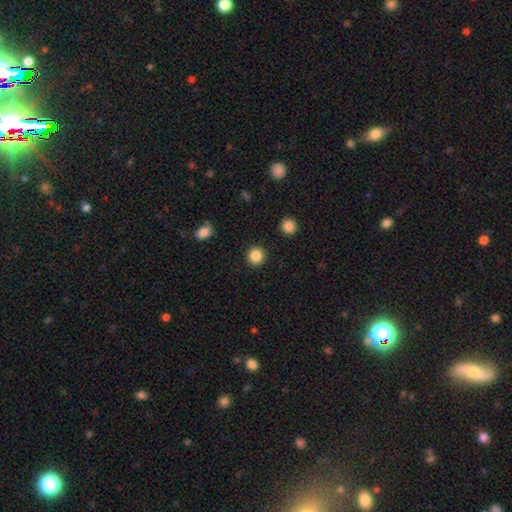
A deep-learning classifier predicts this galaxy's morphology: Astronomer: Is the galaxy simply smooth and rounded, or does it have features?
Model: smooth — 87%.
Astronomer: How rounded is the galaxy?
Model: round — 93%.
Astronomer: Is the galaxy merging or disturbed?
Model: none — 91%.